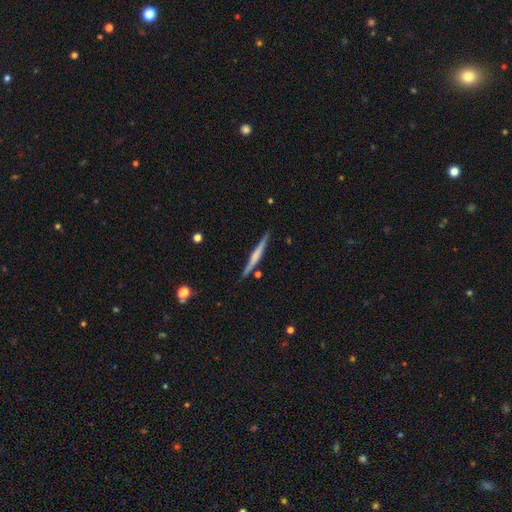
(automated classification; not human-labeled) Smooth or featured: featured or disk — 58% (smooth — 37%)
Edge-on disk: yes — 98% (no — 2%)
Edge-on bulge: none — 47% (rounded — 31%)
Merging: none — 87% (minor disturbance — 9%)